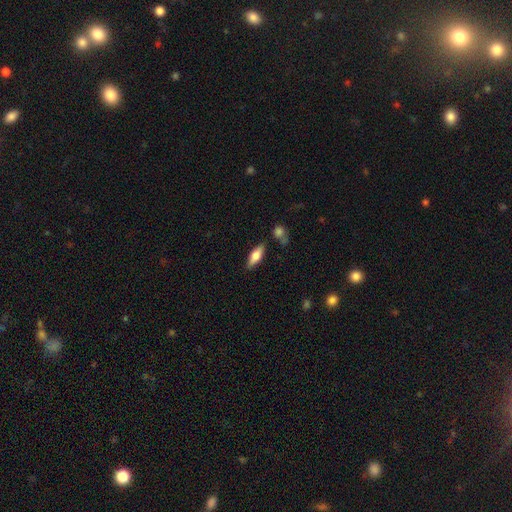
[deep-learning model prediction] Smooth or featured? smooth (55%)
How rounded? in between (60%)
Merging? none (81%)